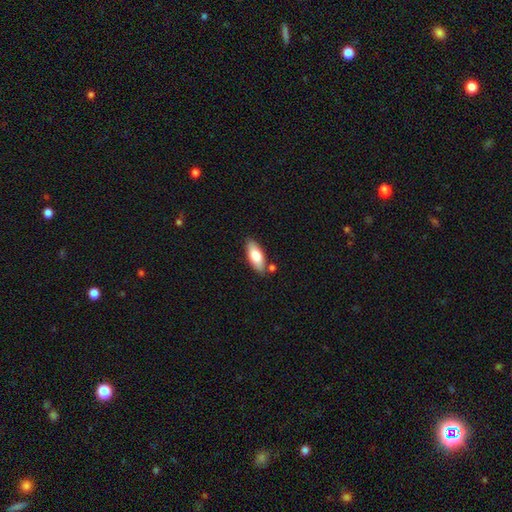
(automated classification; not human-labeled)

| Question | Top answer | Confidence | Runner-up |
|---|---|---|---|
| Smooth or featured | smooth | 79% | featured or disk (15%) |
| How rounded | in between | 81% | cigar-shaped (17%) |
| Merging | none | 78% | minor disturbance (13%) |